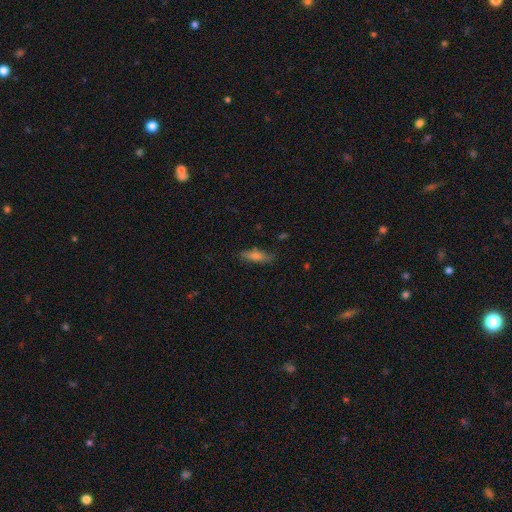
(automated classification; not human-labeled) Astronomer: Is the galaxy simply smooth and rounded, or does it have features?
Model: smooth — 62%.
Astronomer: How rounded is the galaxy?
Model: cigar-shaped — 67%.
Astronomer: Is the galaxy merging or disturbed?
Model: none — 82%.